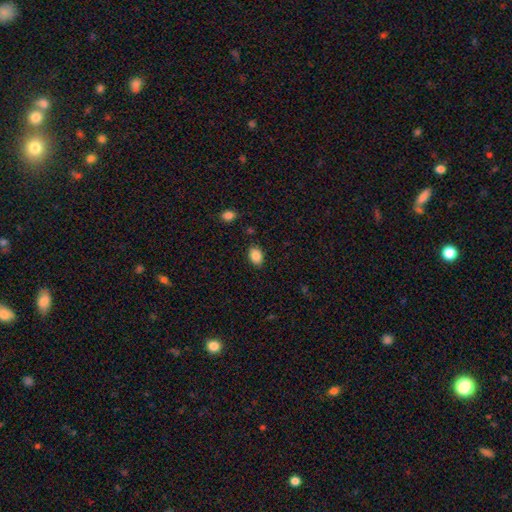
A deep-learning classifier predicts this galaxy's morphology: Smooth or featured: smooth — 87% (star or artifact — 8%)
How rounded: in between — 77% (round — 22%)
Merging: none — 86% (minor disturbance — 10%)